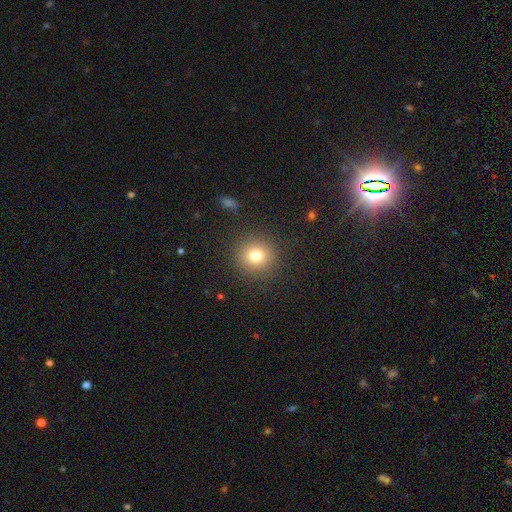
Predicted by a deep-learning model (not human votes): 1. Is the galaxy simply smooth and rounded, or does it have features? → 78% smooth, 13% star or artifact, 9% featured or disk.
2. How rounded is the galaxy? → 92% round, 7% in between, 1% cigar-shaped.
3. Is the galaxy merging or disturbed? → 89% none, 6% minor disturbance, 3% major disturbance, 1% merger.